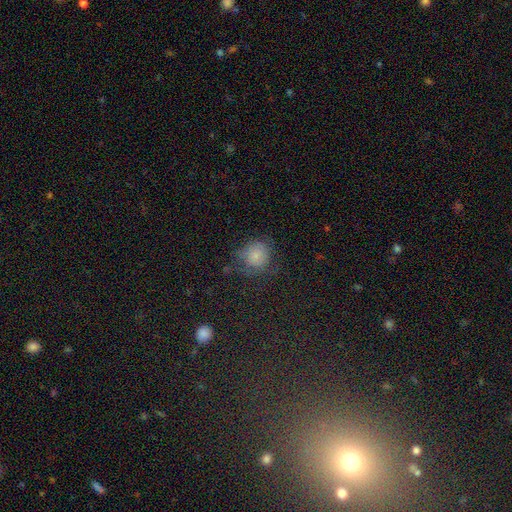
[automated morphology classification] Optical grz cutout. It shows a smooth galaxy with no disk features (76%) that is round (86%). Merging: none (60%).